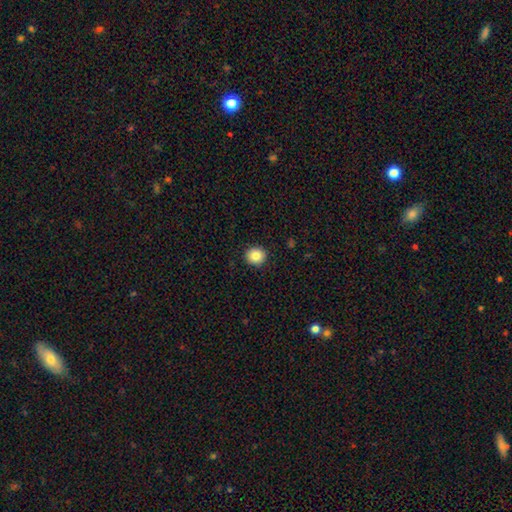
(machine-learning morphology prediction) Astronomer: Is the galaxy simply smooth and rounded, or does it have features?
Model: smooth — 85%.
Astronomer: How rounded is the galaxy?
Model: round — 90%.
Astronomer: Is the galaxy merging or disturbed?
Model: none — 92%.